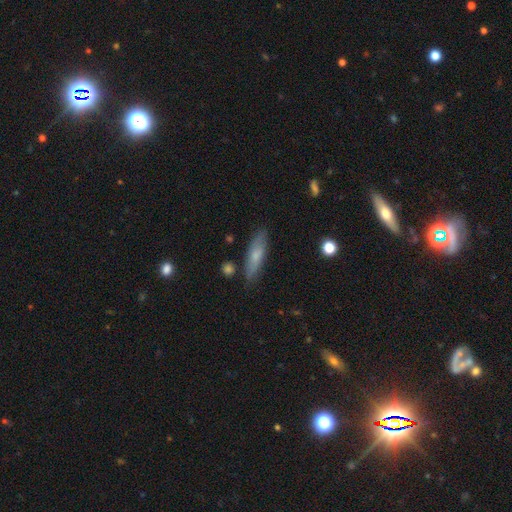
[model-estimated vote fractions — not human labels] Smooth or featured?
  - smooth: 66% *
  - featured or disk: 27%
  - star or artifact: 7%
How rounded?
  - cigar-shaped: 65% *
  - in between: 32%
  - round: 2%
Merging?
  - none: 82% *
  - minor disturbance: 13%
  - major disturbance: 2%
  - merger: 2%